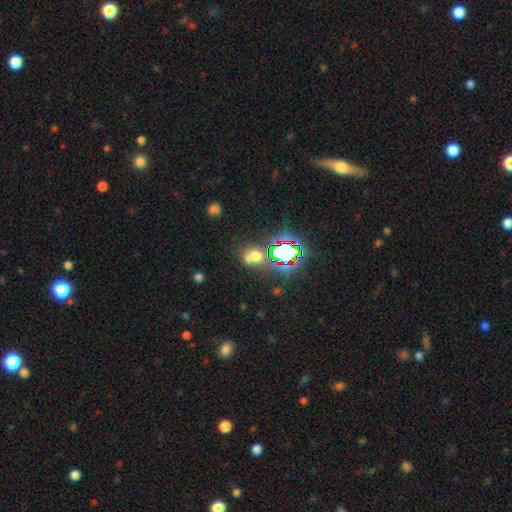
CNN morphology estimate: Overall: smooth (47%; star or artifact 39%). Merging: none (47%; merger 28%).